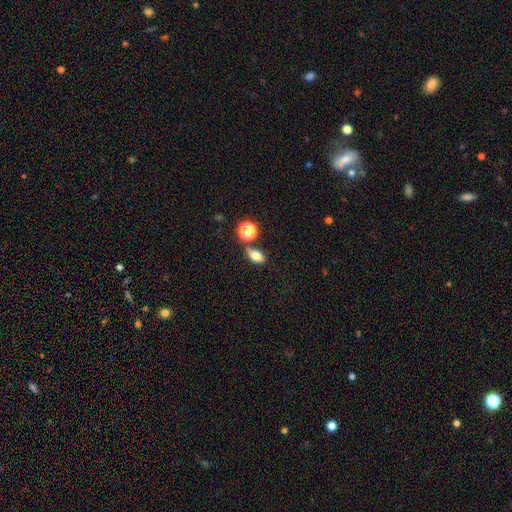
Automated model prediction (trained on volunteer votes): Smooth or featured: smooth — 77% (star or artifact — 12%)
How rounded: in between — 81% (round — 15%)
Merging: none — 68% (merger — 14%)